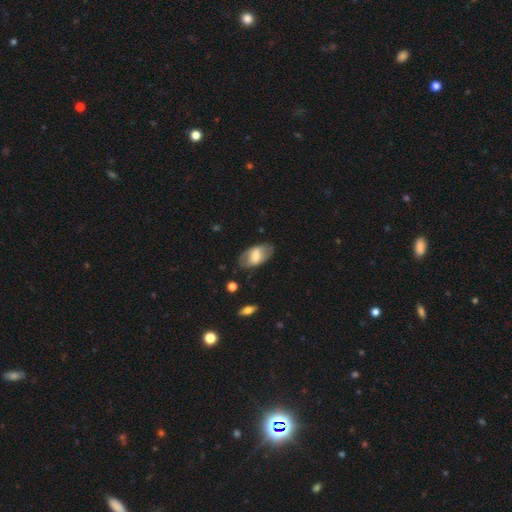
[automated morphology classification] smooth-or-featured: smooth: 58% | featured or disk: 36% | star or artifact: 7%
  how-rounded: in between: 92% | round: 5% | cigar-shaped: 3%
  merging: none: 75% | minor disturbance: 17% | major disturbance: 6% | merger: 2%